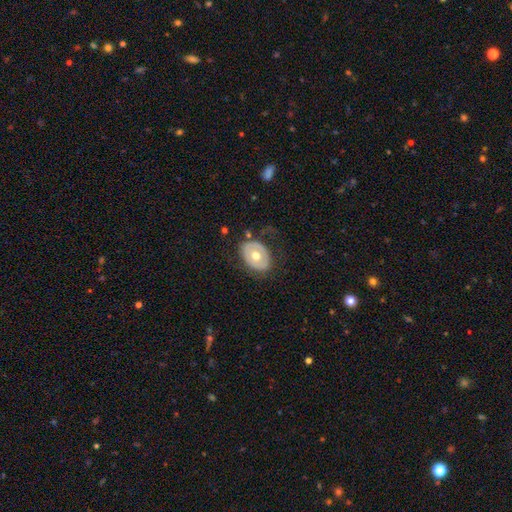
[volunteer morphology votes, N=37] Volunteers were most divided on "smooth or featured": featured or disk: 59%, smooth: 35%, star or artifact: 5%. More confident: edge-on disk — no (91%); merging — none (83%); bar — no (80%); spiral arms — no (80%); bulge size — moderate (75%).